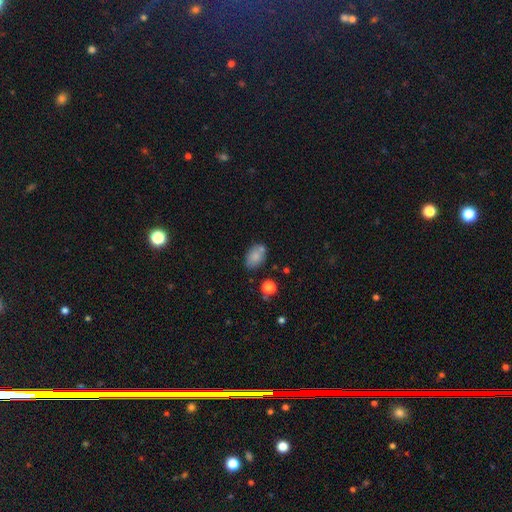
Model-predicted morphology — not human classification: A smooth galaxy with no disk features (80%) that is in between round and cigar-shaped (85%). Merging: none (67%).